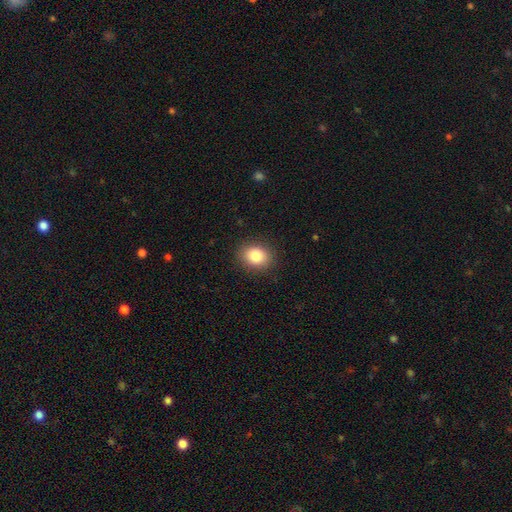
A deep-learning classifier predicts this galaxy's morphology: Smooth or featured: smooth — 84% (star or artifact — 9%)
How rounded: in between — 52% (round — 47%)
Merging: none — 88% (minor disturbance — 8%)